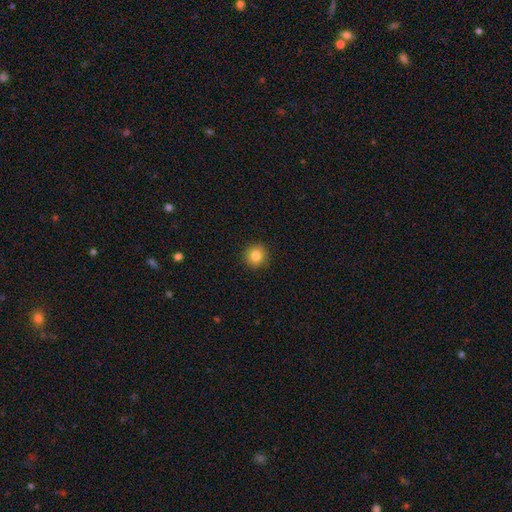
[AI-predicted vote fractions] Smooth or featured? Predicted: smooth (p=0.83). How rounded? Predicted: round (p=0.93). Merging? Predicted: none (p=0.92).